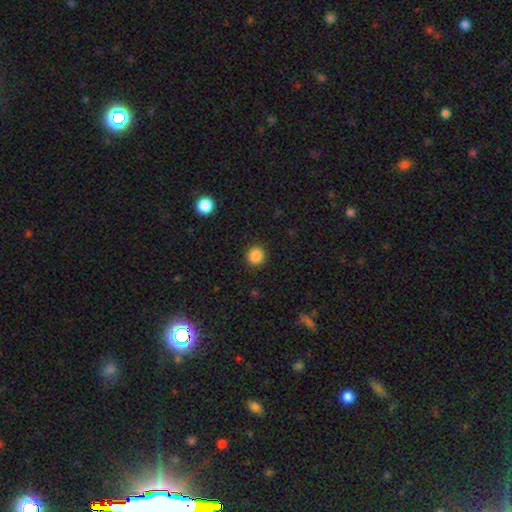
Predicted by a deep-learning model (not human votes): A smooth galaxy with no disk features (87%) that is round (93%). Merging: none (91%).